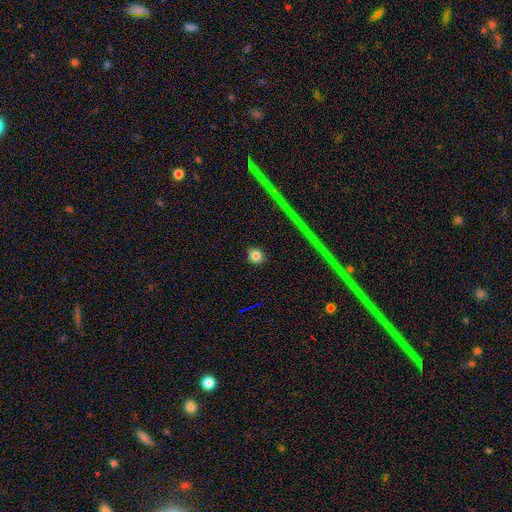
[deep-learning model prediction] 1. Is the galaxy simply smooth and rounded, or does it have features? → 79% smooth, 12% star or artifact, 9% featured or disk.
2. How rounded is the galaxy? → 93% round, 6% in between, 1% cigar-shaped.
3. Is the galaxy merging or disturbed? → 91% none, 5% minor disturbance, 2% major disturbance, 1% merger.